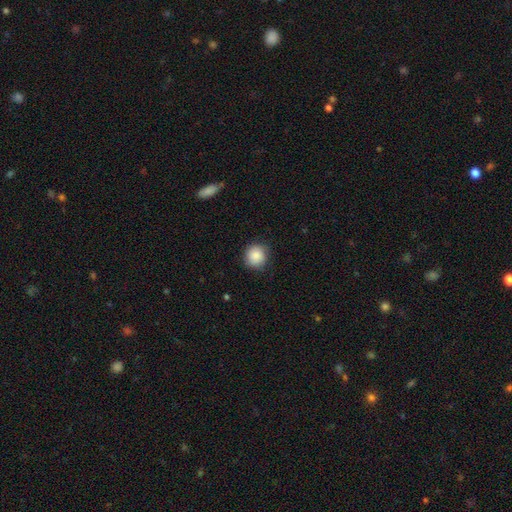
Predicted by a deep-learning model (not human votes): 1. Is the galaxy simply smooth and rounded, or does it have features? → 88% smooth, 8% star or artifact, 4% featured or disk.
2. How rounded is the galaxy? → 89% round, 10% in between, 1% cigar-shaped.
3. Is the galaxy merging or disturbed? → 84% none, 12% minor disturbance, 3% major disturbance, 1% merger.